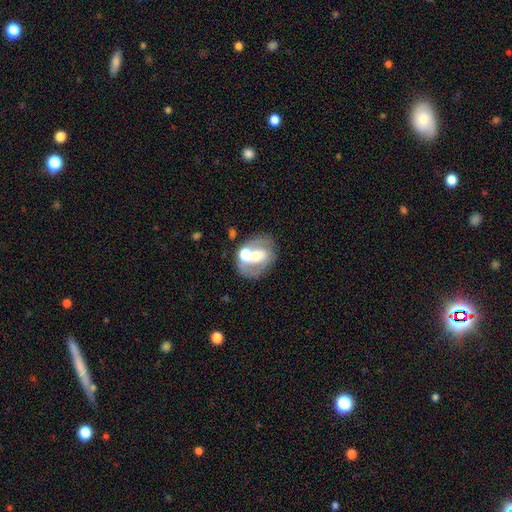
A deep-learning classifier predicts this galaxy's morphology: smooth_or_featured: featured or disk (p=0.54) [alt: smooth p=0.37]
disk_edge_on: no (p=0.96) [alt: yes p=0.04]
bar: no (p=0.64) [alt: weak p=0.23]
has_spiral_arms: no (p=0.66) [alt: yes p=0.34]
bulge_size: moderate (p=0.58) [alt: large p=0.20]
merging: none (p=0.50) [alt: merger p=0.28]